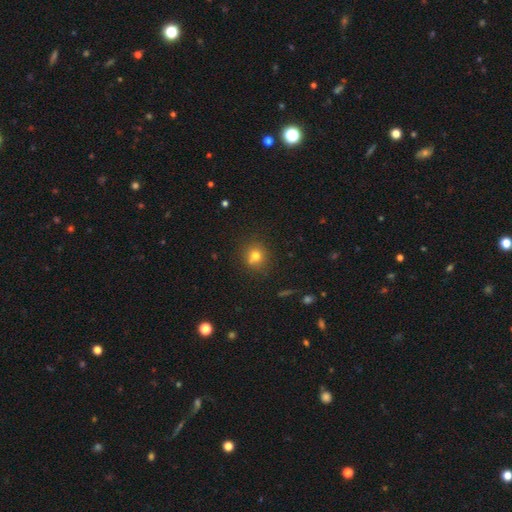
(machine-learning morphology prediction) type=smooth (74%); roundness=round (86%); merging=none (73%).